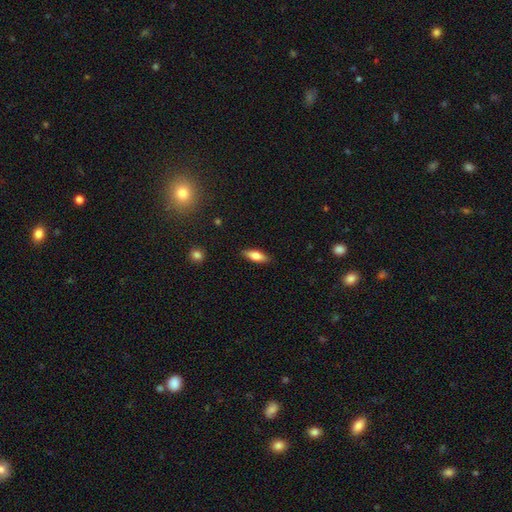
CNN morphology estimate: The model was most divided on "how rounded": in between: 65%, cigar-shaped: 32%, round: 2%. More confident: merging — none (87%); smooth or featured — smooth (74%).